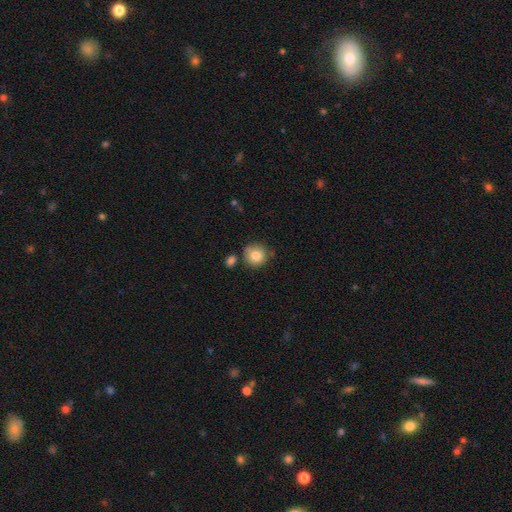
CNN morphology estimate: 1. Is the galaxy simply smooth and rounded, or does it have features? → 82% smooth, 9% star or artifact, 9% featured or disk.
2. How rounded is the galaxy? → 90% round, 9% in between, 1% cigar-shaped.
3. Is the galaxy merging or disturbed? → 73% none, 15% minor disturbance, 8% merger, 3% major disturbance.